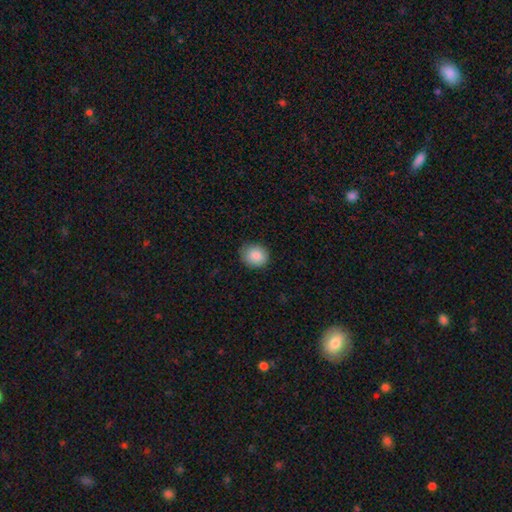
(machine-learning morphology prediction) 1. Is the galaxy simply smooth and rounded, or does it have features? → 88% smooth, 8% star or artifact, 4% featured or disk.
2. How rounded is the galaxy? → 68% round, 31% in between, 1% cigar-shaped.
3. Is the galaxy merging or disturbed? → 81% none, 15% minor disturbance, 3% major disturbance, 1% merger.